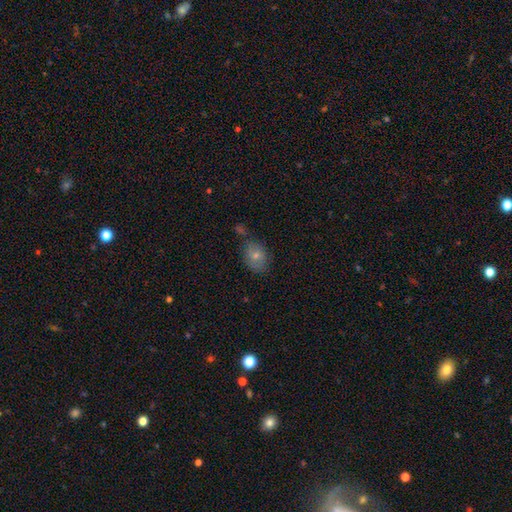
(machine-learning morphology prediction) Q: Smooth or featured?
A: smooth (76%); runner-up: featured or disk (15%)
Q: How rounded?
A: in between (66%); runner-up: round (33%)
Q: Merging?
A: none (61%); runner-up: minor disturbance (21%)